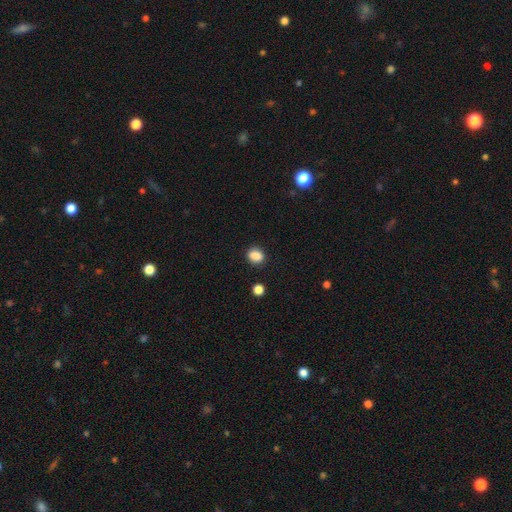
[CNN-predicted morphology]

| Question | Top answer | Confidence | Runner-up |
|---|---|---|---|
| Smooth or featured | smooth | 86% | star or artifact (10%) |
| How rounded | in between | 57% | round (42%) |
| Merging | none | 82% | minor disturbance (11%) |